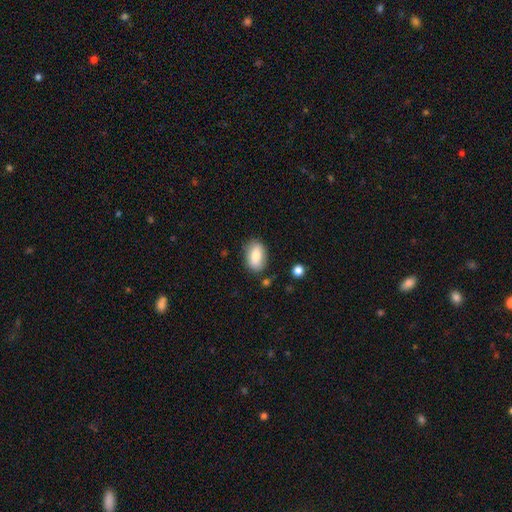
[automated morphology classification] smooth_or_featured: smooth (p=0.79) [alt: featured or disk p=0.14]
how_rounded: in between (p=0.88) [alt: round p=0.09]
merging: none (p=0.81) [alt: minor disturbance p=0.13]